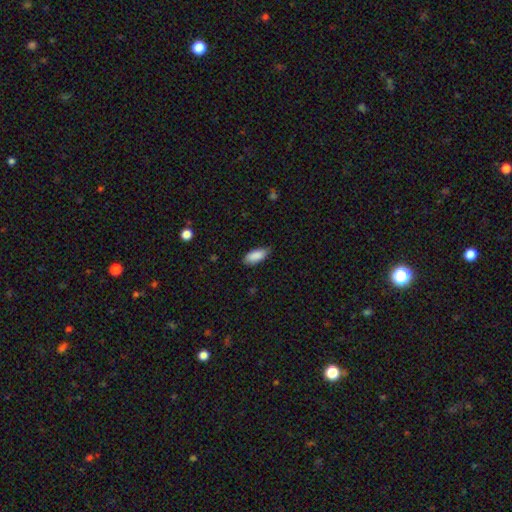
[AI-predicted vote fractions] The model was most divided on "merging": none: 79%, minor disturbance: 18%, major disturbance: 3%, merger: 1%. More confident: smooth or featured — smooth (89%); how rounded — in between (88%).